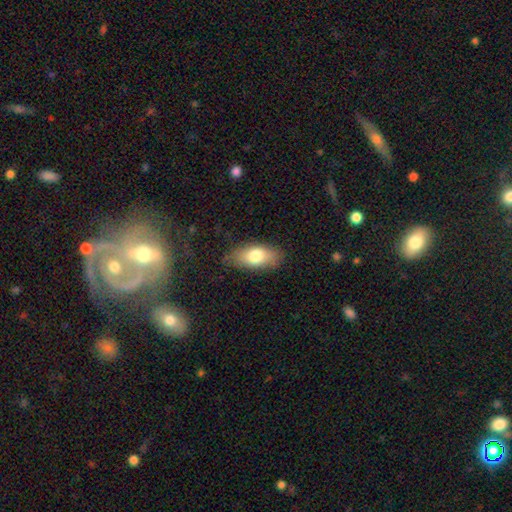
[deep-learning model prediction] This appears to be a smooth galaxy with no disk features (76%) that is in between round and cigar-shaped (87%). Merging: none (78%).